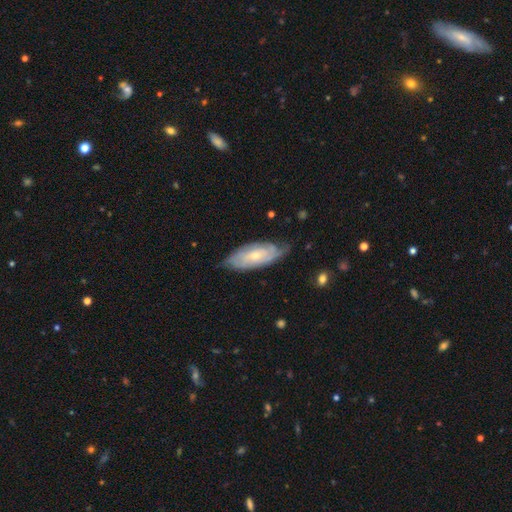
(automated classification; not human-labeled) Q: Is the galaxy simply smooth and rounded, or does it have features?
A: featured or disk — 69%.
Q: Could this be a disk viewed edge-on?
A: no — 88%.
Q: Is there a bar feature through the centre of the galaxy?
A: no — 65%.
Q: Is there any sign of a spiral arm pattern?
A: yes — 89%.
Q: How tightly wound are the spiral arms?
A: tight — 63%.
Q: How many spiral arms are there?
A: can't tell — 48%.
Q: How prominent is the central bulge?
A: small — 56%.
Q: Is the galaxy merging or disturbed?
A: none — 68%.